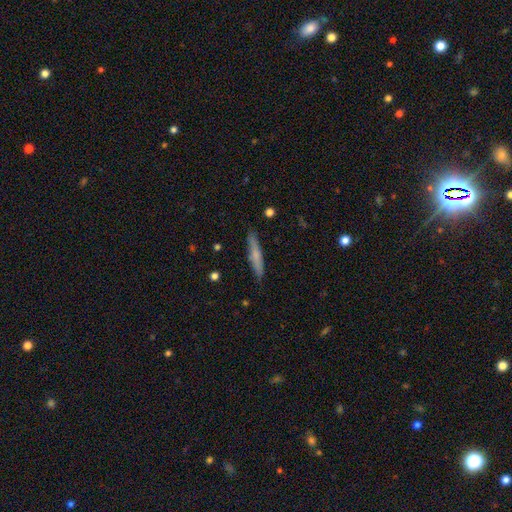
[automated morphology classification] The model was most divided on "smooth or featured": smooth: 62%, featured or disk: 32%, star or artifact: 6%. More confident: how rounded — cigar-shaped (93%); merging — none (88%).